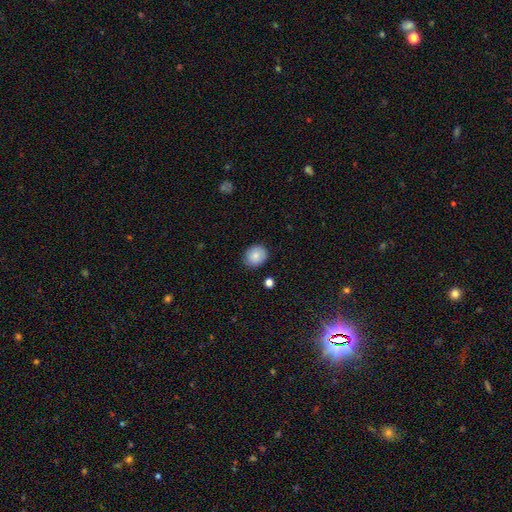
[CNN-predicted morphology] This is clearly a smooth galaxy (86%). How rounded: likely round (73%). Merging: clearly none (86%).